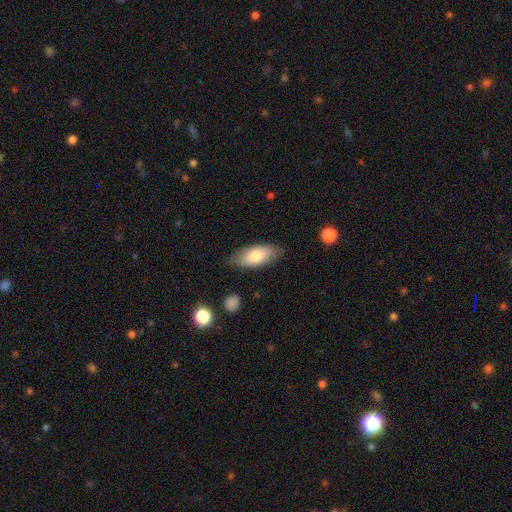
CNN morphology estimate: Smooth or featured?
  - smooth: 77% *
  - featured or disk: 17%
  - star or artifact: 6%
How rounded?
  - in between: 86% *
  - cigar-shaped: 11%
  - round: 2%
Merging?
  - none: 80% *
  - minor disturbance: 15%
  - major disturbance: 3%
  - merger: 2%